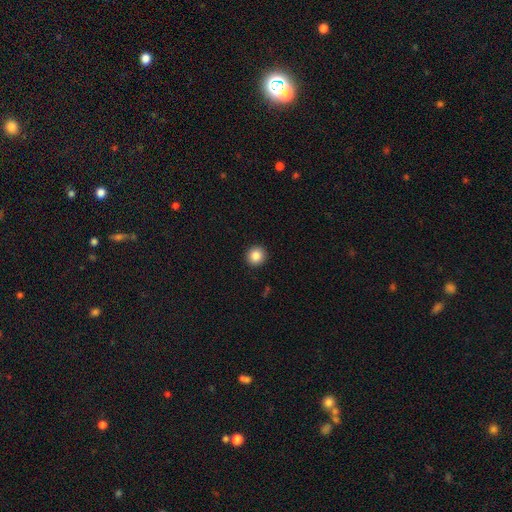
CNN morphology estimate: A smooth galaxy with no disk features (87%) that is round (93%).

Vote fractions:
- Smooth or featured? smooth: 87% / star or artifact: 9% / featured or disk: 4%
- How rounded? round: 93% / in between: 6% / cigar-shaped: 1%
- Merging? none: 93% / minor disturbance: 5% / major disturbance: 2% / merger: 1%